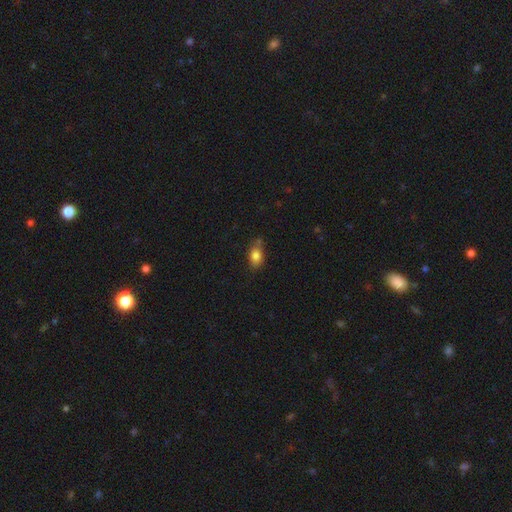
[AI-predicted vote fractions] Morphology: type=smooth (83%); roundness=in between (79%); merging=none (66%).